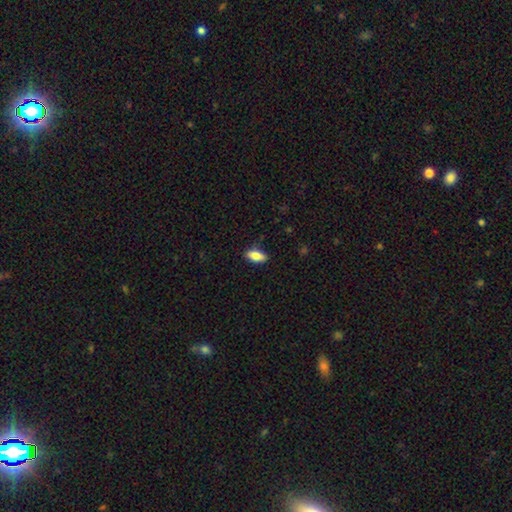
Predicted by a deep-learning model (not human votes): This appears to be a smooth galaxy with no disk features (83%) that is in between round and cigar-shaped (88%). Merging: none (85%).